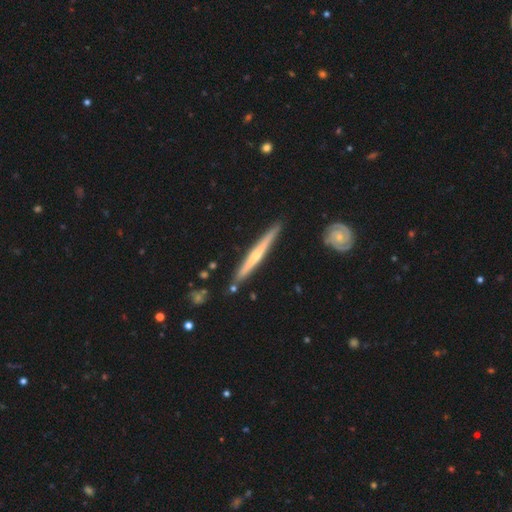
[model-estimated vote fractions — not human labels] A featured or disk galaxy (70%) viewed edge-on (97%) with a rounded central bulge (62%).

Vote fractions:
- Smooth or featured? featured or disk: 70% / smooth: 25% / star or artifact: 5%
- Edge-on disk? yes: 97% / no: 3%
- Edge-on bulge? rounded: 62% / none: 34% / boxy: 4%
- Merging? none: 89% / minor disturbance: 8% / merger: 2% / major disturbance: 1%